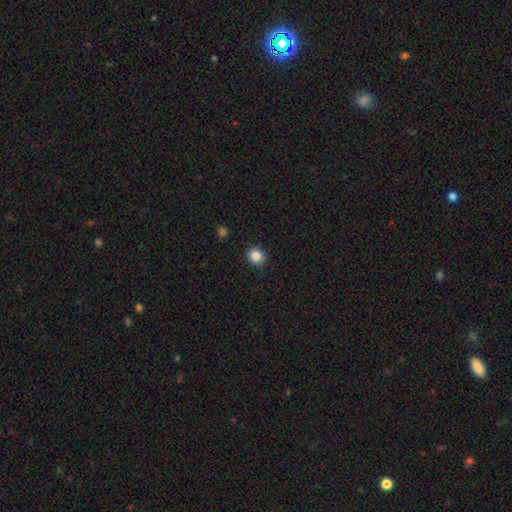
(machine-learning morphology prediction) The model was most divided on "how rounded": round: 81%, in between: 18%, cigar-shaped: 1%. More confident: merging — none (88%); smooth or featured — smooth (85%).